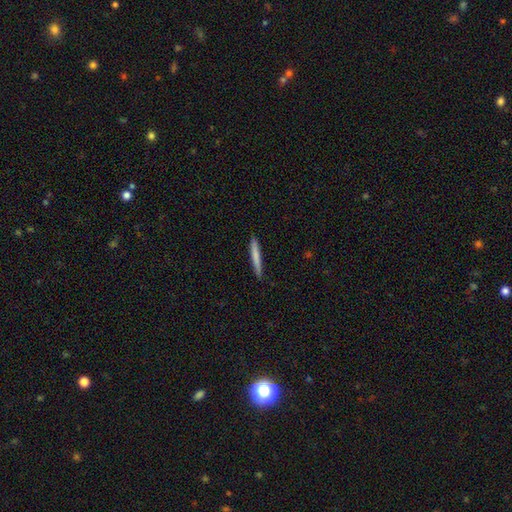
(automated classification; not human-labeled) Overall: smooth (74%). How rounded: cigar-shaped (96%). Merging: none (91%).